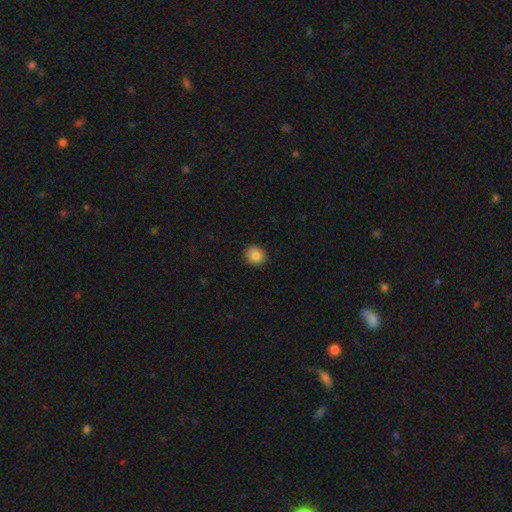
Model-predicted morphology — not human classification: smooth_or_featured: smooth (p=0.83) [alt: star or artifact p=0.09]
how_rounded: round (p=0.77) [alt: in between p=0.22]
merging: none (p=0.82) [alt: minor disturbance p=0.14]